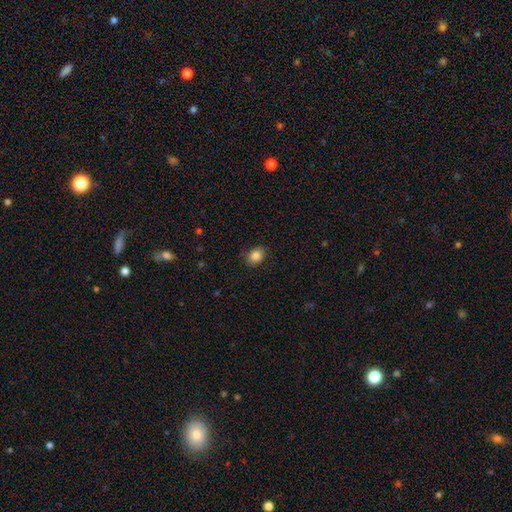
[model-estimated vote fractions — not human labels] smooth 86%, star or artifact 9%, featured or disk 5%. Down the decision tree: how rounded — in between (59%); merging — none (85%).